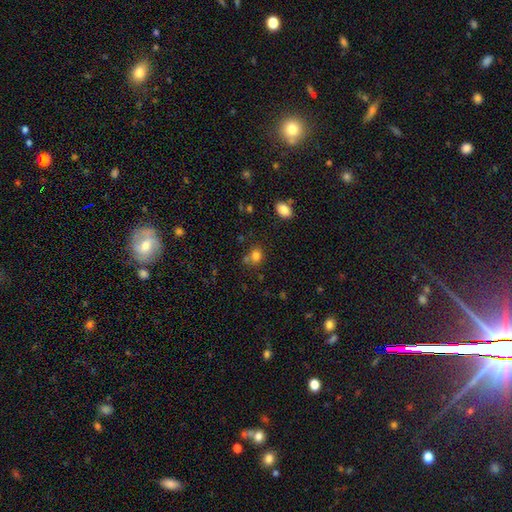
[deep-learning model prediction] smooth 80%, star or artifact 13%, featured or disk 7%. Down the decision tree: how rounded — round (66%); merging — none (62%).